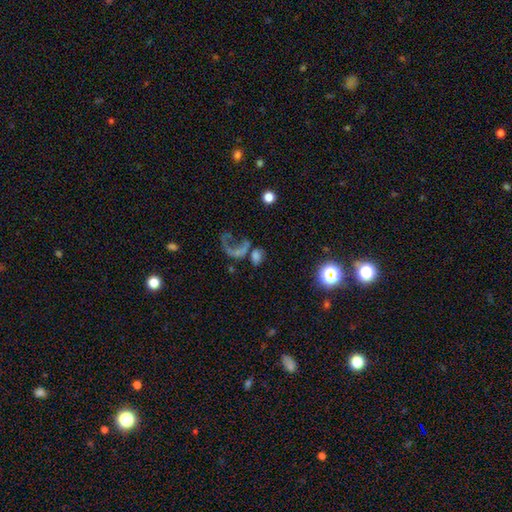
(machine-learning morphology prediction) The model was most divided on "merging": major disturbance: 38%, merger: 26%, none: 26%, minor disturbance: 10%. Remaining: smooth or featured — smooth (47%).